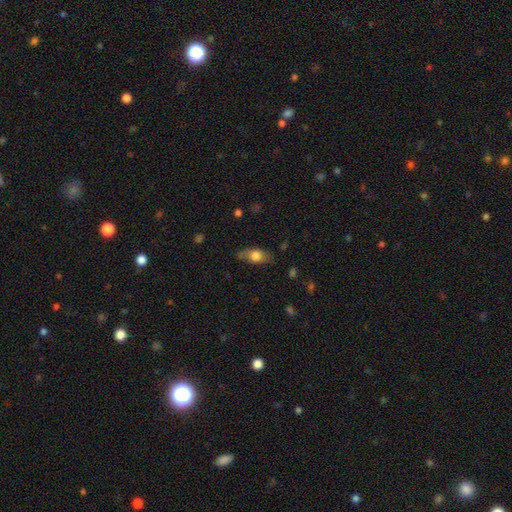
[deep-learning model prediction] Q: Smooth or featured?
A: smooth (71%); runner-up: featured or disk (21%)
Q: How rounded?
A: in between (82%); runner-up: cigar-shaped (11%)
Q: Merging?
A: none (71%); runner-up: minor disturbance (22%)